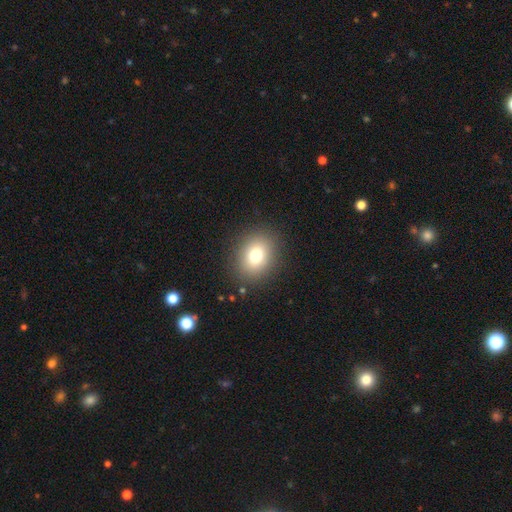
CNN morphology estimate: Smooth or featured: smooth — 76% (star or artifact — 13%)
How rounded: round — 54% (in between — 45%)
Merging: none — 88% (minor disturbance — 8%)